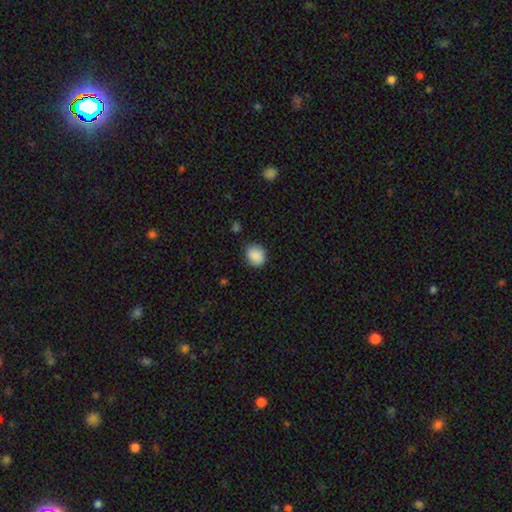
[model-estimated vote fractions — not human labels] Smooth or featured: smooth — 89% (star or artifact — 8%)
How rounded: round — 69% (in between — 30%)
Merging: none — 79% (minor disturbance — 16%)